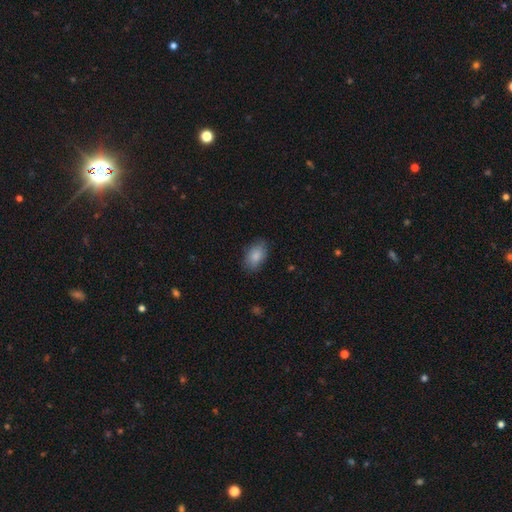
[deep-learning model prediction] This is clearly a smooth galaxy (86%). How rounded: clearly in between (90%). Merging: clearly none (81%).